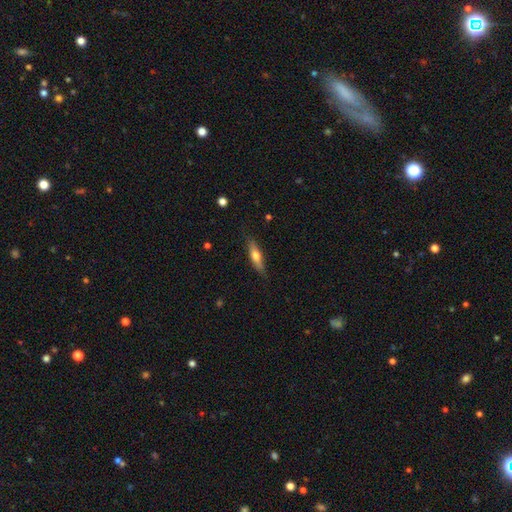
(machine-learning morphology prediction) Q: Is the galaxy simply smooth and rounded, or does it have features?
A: smooth — 53%.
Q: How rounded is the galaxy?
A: cigar-shaped — 72%.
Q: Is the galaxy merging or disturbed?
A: none — 84%.